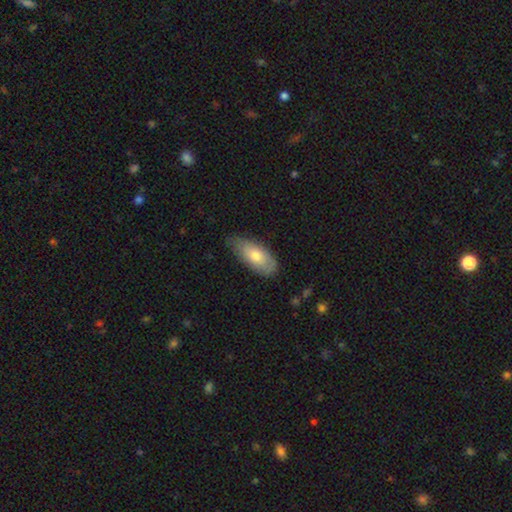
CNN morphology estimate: Smooth or featured? Predicted: smooth (p=0.71). How rounded? Predicted: in between (p=0.86). Merging? Predicted: none (p=0.65).